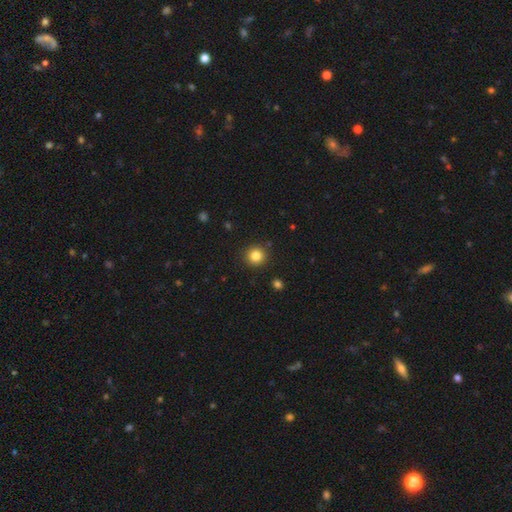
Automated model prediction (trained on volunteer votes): A smooth galaxy with no disk features (83%) that is round (93%). Merging: none (91%).